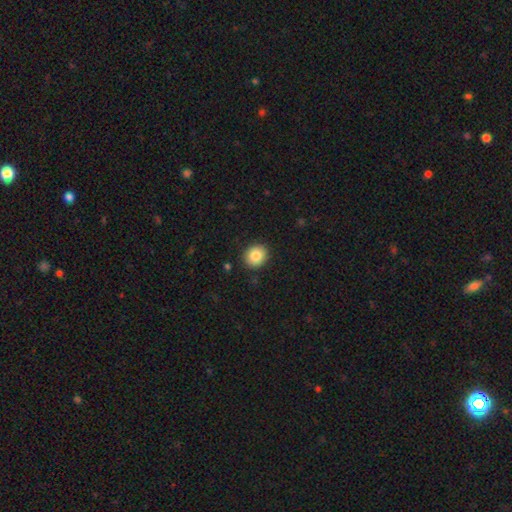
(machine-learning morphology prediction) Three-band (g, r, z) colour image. It shows a smooth galaxy with no disk features (86%) that is round (77%). Merging: none (90%).